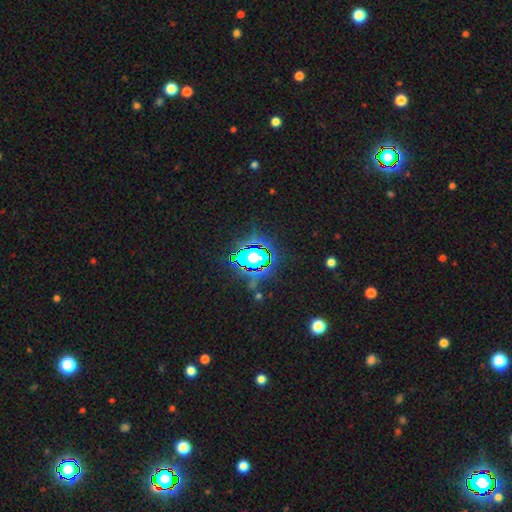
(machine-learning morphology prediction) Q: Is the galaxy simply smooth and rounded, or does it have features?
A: star or artifact — 82%.